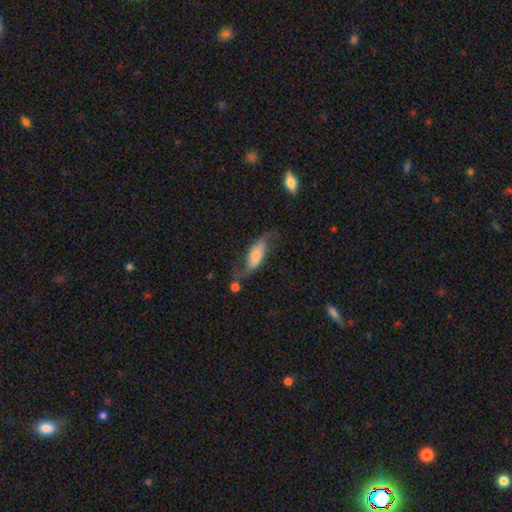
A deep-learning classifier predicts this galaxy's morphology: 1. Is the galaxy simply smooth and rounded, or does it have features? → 56% featured or disk, 36% smooth, 8% star or artifact.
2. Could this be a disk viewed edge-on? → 86% no, 14% yes.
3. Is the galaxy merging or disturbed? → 48% none, 24% minor disturbance, 22% major disturbance, 7% merger.